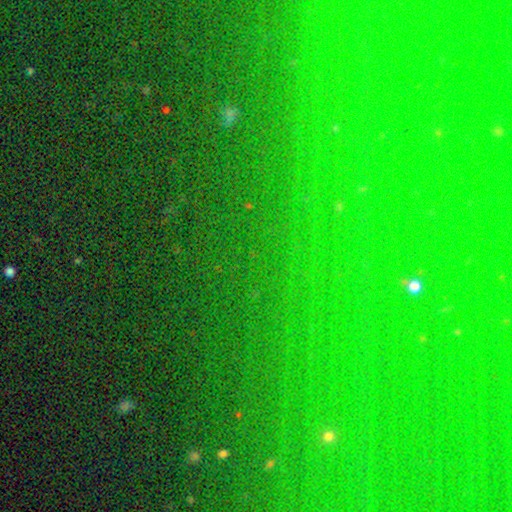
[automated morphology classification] smooth-or-featured: star or artifact: 81% | smooth: 11% | featured or disk: 8%